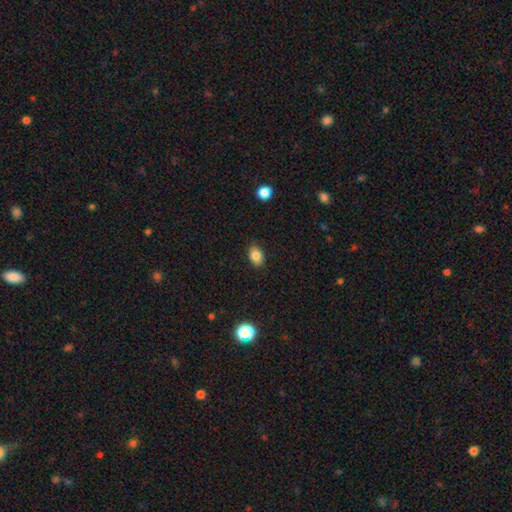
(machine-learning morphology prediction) smooth_or_featured: smooth (p=0.84) [alt: star or artifact p=0.09]
how_rounded: in between (p=0.81) [alt: round p=0.18]
merging: none (p=0.85) [alt: minor disturbance p=0.12]